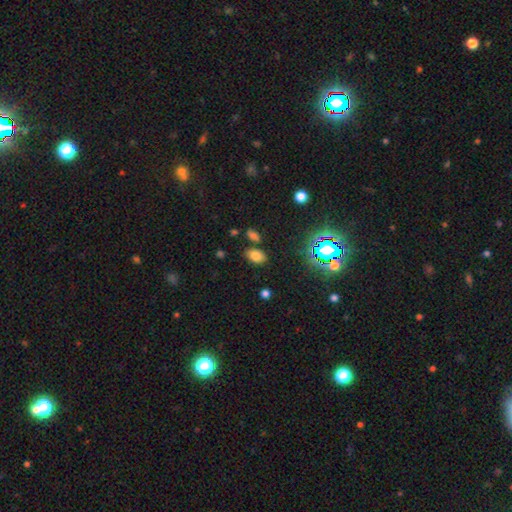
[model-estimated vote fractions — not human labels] This is likely a smooth galaxy (73%). How rounded: clearly in between (87%). Merging: likely none (77%).